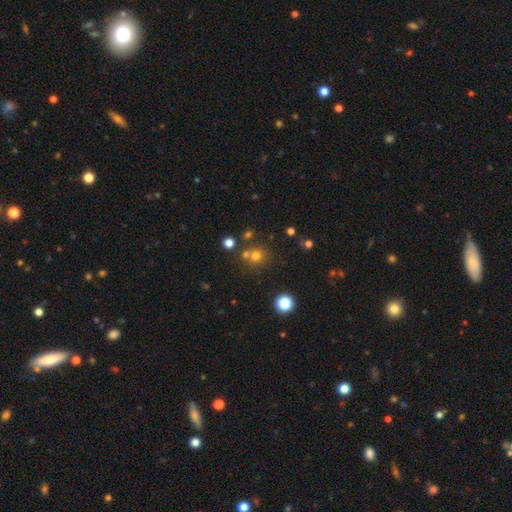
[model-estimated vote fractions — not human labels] Q: Smooth or featured?
A: smooth (69%); runner-up: star or artifact (22%)
Q: How rounded?
A: round (88%); runner-up: in between (11%)
Q: Merging?
A: none (68%); runner-up: merger (20%)